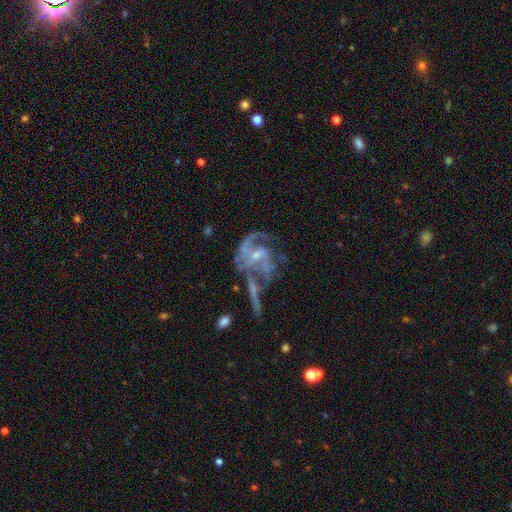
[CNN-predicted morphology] Smooth or featured? Predicted: featured or disk (p=0.85). Edge-on disk? Predicted: no (p=0.97). Bar? Predicted: weak (p=0.44). Spiral arms? Predicted: yes (p=0.90). Spiral winding? Predicted: medium (p=0.48). Spiral arm count? Predicted: 2 (p=0.50). Bulge size? Predicted: small (p=0.58). Merging? Predicted: major disturbance (p=0.35).